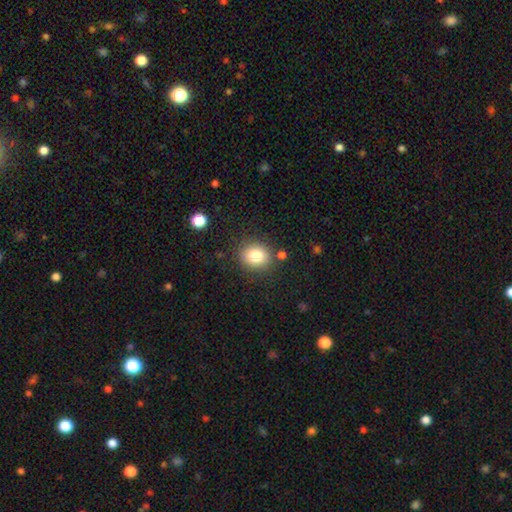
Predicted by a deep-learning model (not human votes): Q: Smooth or featured?
A: smooth (80%); runner-up: star or artifact (11%)
Q: How rounded?
A: round (71%); runner-up: in between (29%)
Q: Merging?
A: none (83%); runner-up: minor disturbance (10%)